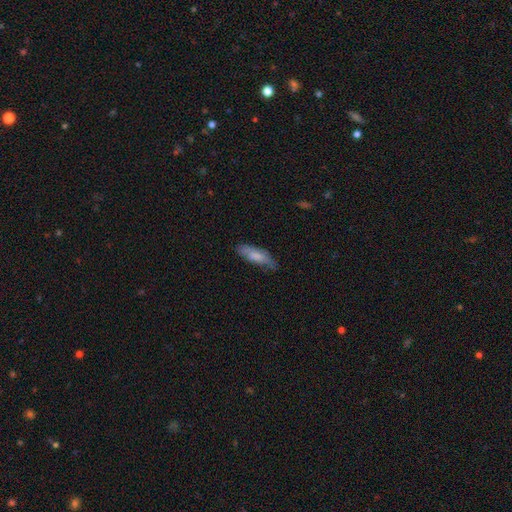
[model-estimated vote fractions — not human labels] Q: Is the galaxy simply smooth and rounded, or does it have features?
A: smooth — 74%.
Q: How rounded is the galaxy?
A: in between — 50%.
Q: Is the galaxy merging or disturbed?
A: none — 67%.